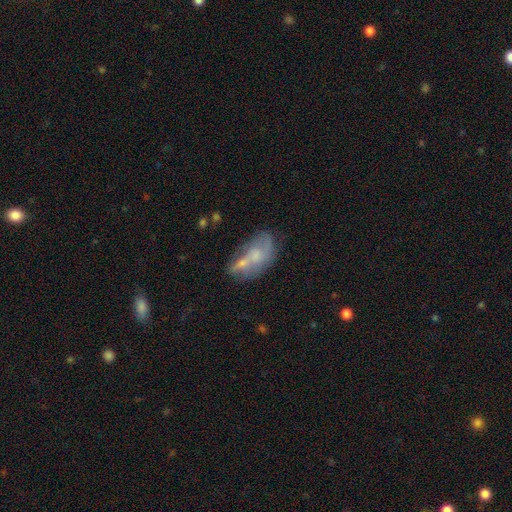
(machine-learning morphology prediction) smooth_or_featured: featured or disk (p=0.47) [alt: smooth p=0.44]
merging: merger (p=0.34) [alt: none p=0.30]